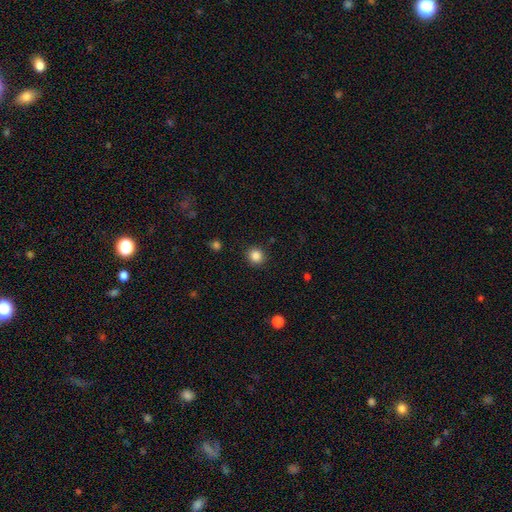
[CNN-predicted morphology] This appears to be a smooth galaxy with no disk features (86%) that is round (92%). Merging: none (91%).